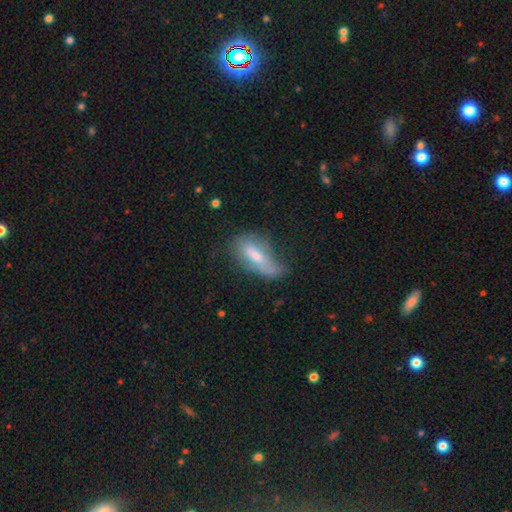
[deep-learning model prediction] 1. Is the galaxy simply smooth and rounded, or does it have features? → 58% smooth, 33% featured or disk, 8% star or artifact.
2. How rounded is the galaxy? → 70% in between, 28% cigar-shaped, 3% round.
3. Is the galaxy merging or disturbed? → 36% minor disturbance (tied), 36% none (tied), 24% major disturbance, 4% merger.